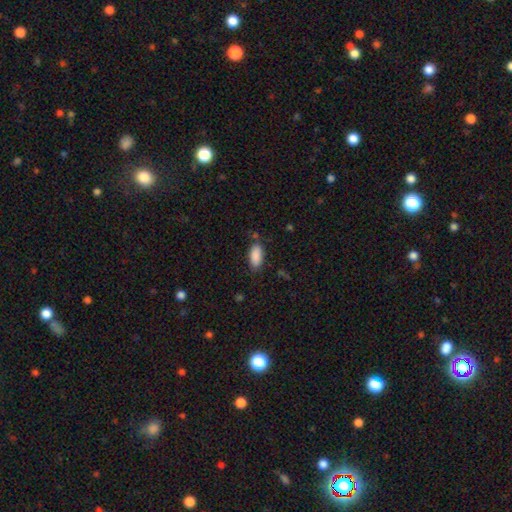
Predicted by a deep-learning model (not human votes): Q: Smooth or featured?
A: smooth (89%); runner-up: star or artifact (7%)
Q: How rounded?
A: in between (89%); runner-up: cigar-shaped (9%)
Q: Merging?
A: none (78%); runner-up: minor disturbance (15%)